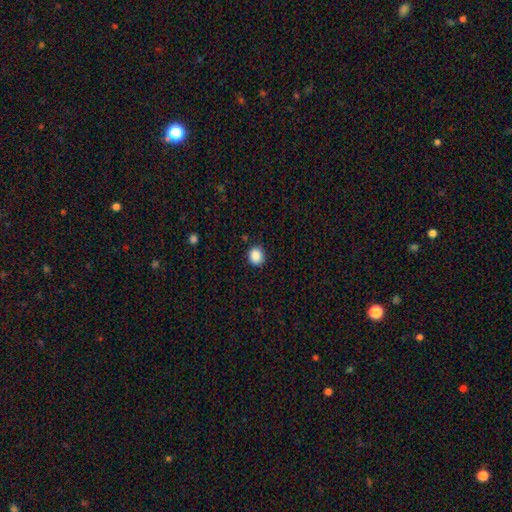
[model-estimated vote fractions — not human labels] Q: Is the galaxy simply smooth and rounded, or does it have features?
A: smooth — 88%.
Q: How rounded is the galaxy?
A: round — 83%.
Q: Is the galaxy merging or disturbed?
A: none — 86%.